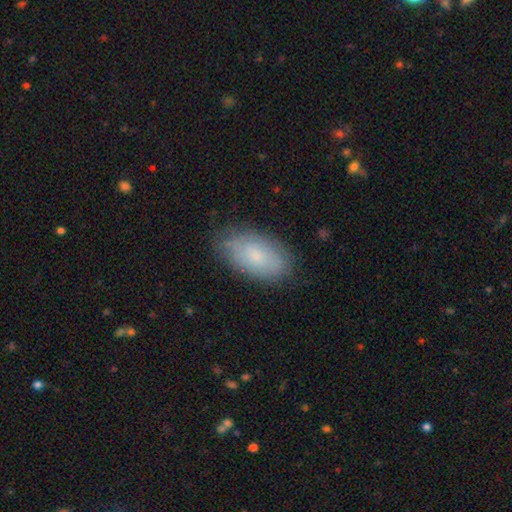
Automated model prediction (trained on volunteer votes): Overall: smooth (71%). How rounded: in between (94%). Merging: none (77%).